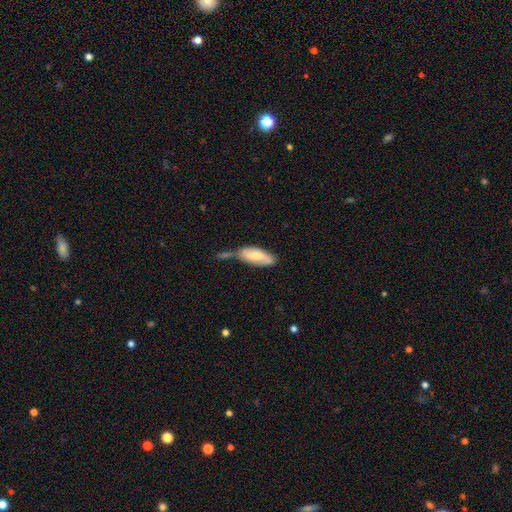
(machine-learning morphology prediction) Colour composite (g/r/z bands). It shows a smooth galaxy with no disk features (54%) that is in between round and cigar-shaped (73%). Merging: none (34%).